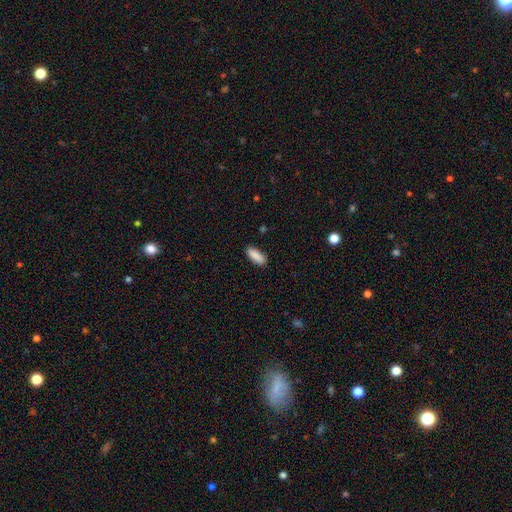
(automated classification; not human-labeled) smooth_or_featured: smooth (p=0.89) [alt: star or artifact p=0.06]
how_rounded: in between (p=0.73) [alt: cigar-shaped p=0.25]
merging: none (p=0.88) [alt: minor disturbance p=0.09]